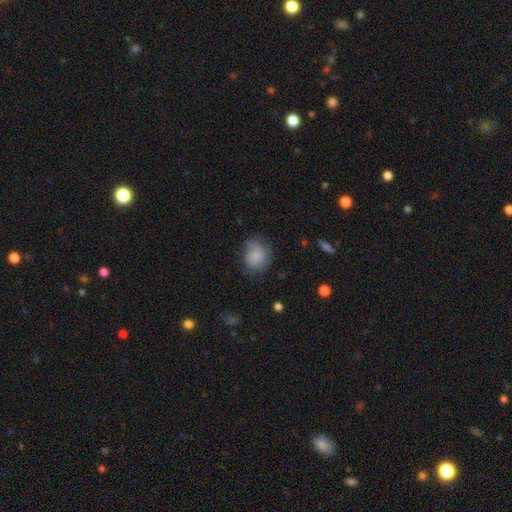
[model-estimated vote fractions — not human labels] Smooth or featured? Predicted: smooth (p=0.74). How rounded? Predicted: round (p=0.58). Merging? Predicted: none (p=0.52).